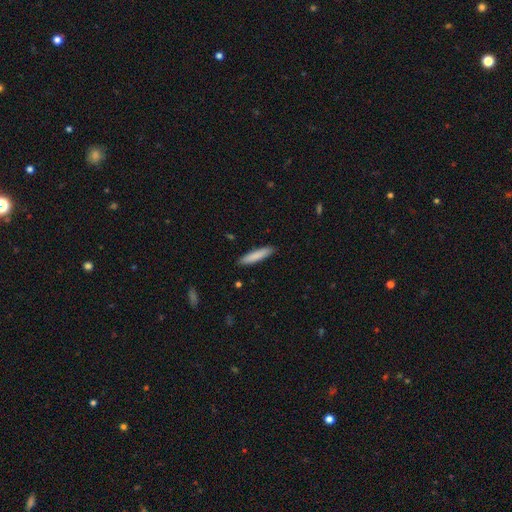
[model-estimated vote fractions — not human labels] The model was most divided on "how rounded": cigar-shaped: 85%, in between: 14%, round: 1%. More confident: merging — none (90%); smooth or featured — smooth (85%).